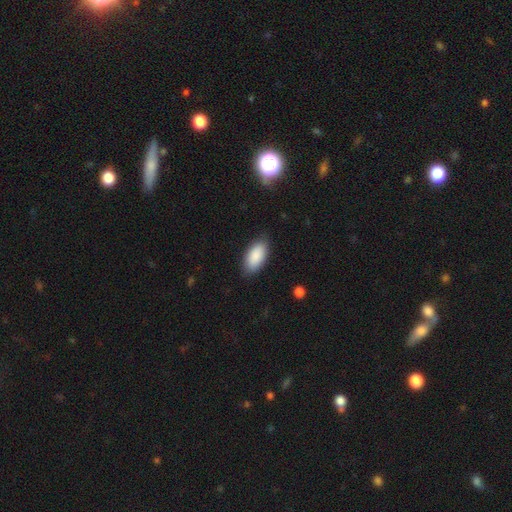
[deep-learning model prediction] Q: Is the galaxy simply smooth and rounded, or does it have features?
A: smooth — 89%.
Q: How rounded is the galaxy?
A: in between — 93%.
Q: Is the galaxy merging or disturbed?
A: none — 84%.